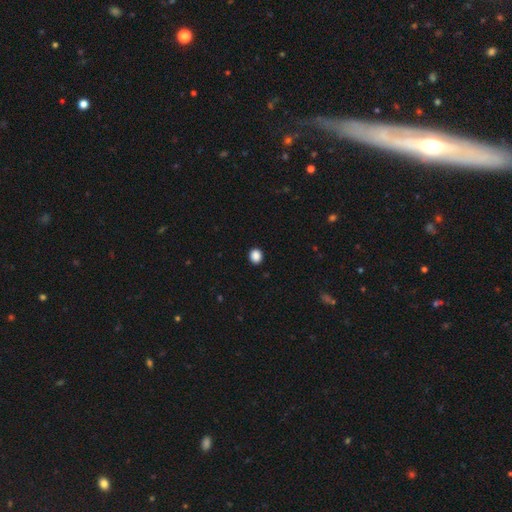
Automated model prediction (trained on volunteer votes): Smooth or featured?
  - smooth: 88% *
  - star or artifact: 10%
  - featured or disk: 2%
How rounded?
  - round: 76% *
  - in between: 23%
  - cigar-shaped: 1%
Merging?
  - none: 92% *
  - minor disturbance: 5%
  - major disturbance: 2%
  - merger: 1%